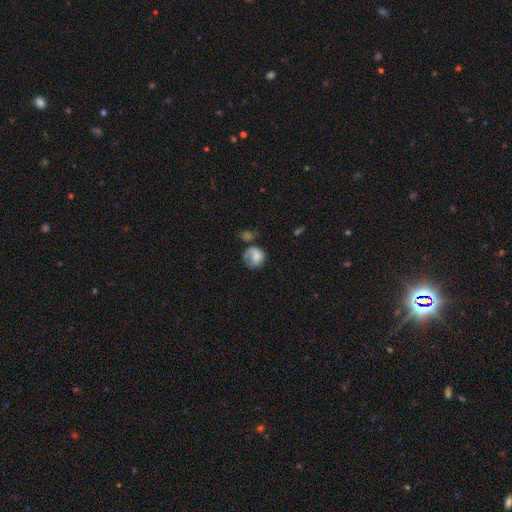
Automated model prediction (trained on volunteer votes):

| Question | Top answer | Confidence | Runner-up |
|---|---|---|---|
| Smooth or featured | smooth | 67% | featured or disk (24%) |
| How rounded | round | 67% | in between (32%) |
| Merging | none | 36% | major disturbance (27%) |